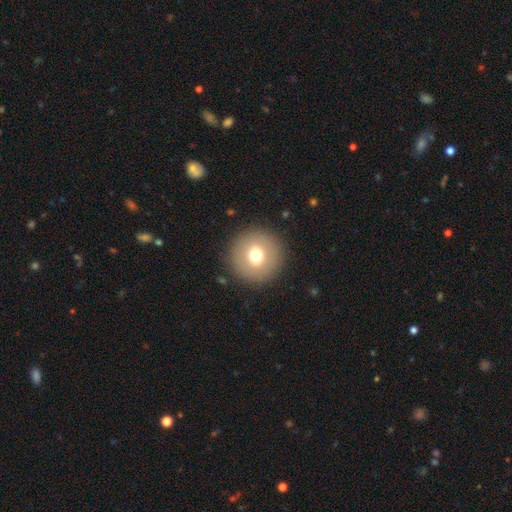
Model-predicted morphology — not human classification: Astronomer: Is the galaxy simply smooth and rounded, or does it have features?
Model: smooth — 70%.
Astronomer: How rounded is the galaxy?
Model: round — 96%.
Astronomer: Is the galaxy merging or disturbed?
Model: none — 91%.